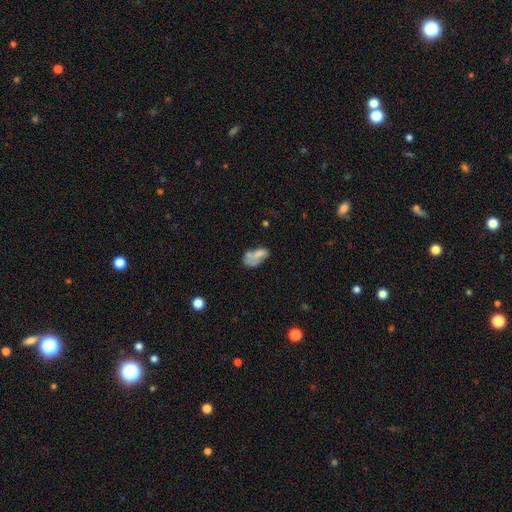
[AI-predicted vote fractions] Smooth or featured: smooth — 55% (featured or disk — 34%)
How rounded: in between — 90% (round — 7%)
Merging: merger — 29% (none — 28%)